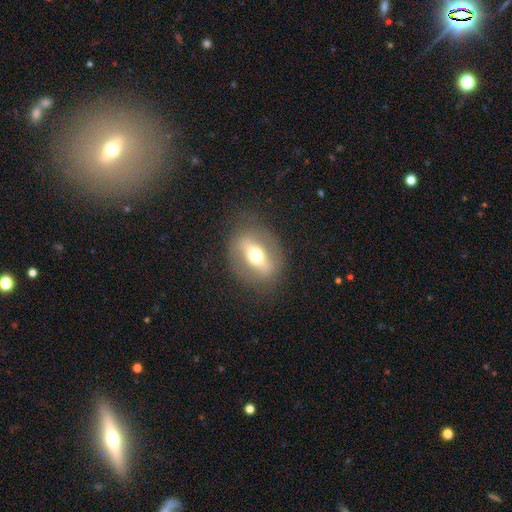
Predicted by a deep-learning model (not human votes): Smooth or featured: featured or disk — 57% (smooth — 36%)
Edge-on disk: no — 66% (yes — 34%)
Merging: none — 80% (minor disturbance — 12%)